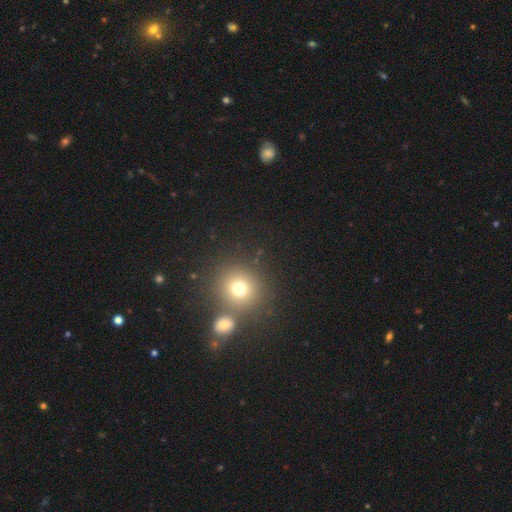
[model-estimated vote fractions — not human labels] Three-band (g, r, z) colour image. It shows a smooth galaxy with no disk features (53%) that is round (88%). Merging: none (70%).